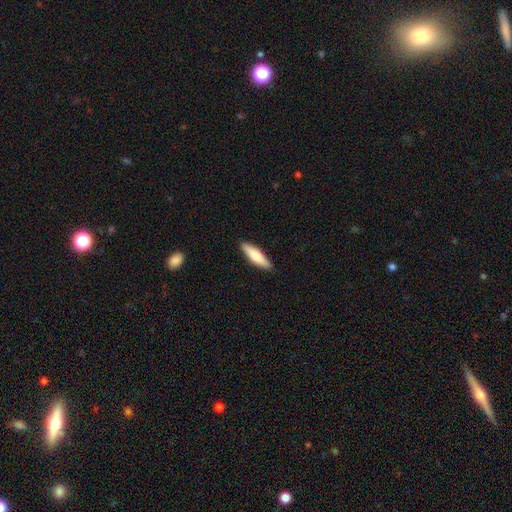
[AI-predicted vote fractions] Smooth or featured: smooth — 73% (featured or disk — 21%)
How rounded: cigar-shaped — 68% (in between — 30%)
Merging: none — 89% (minor disturbance — 8%)